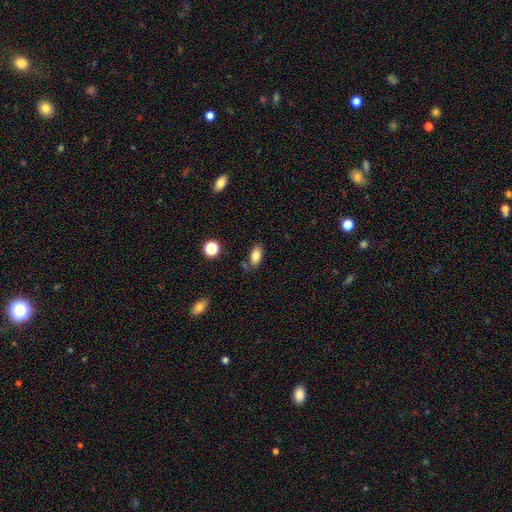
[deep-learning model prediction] Smooth or featured? smooth (83%)
How rounded? in between (88%)
Merging? none (75%)